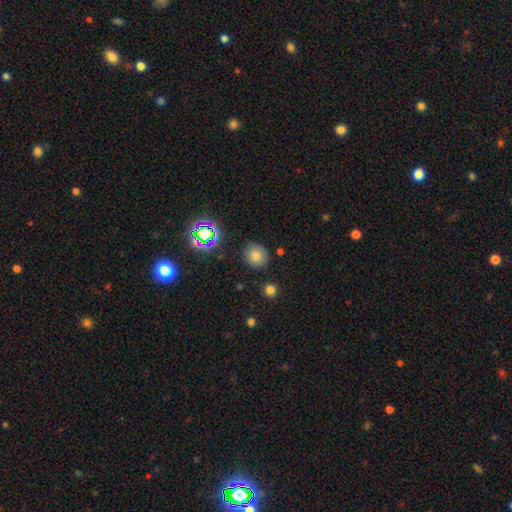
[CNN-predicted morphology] smooth-or-featured: smooth: 72% | star or artifact: 18% | featured or disk: 10%
  how-rounded: round: 84% | in between: 15% | cigar-shaped: 1%
  merging: none: 83% | minor disturbance: 11% | major disturbance: 3% | merger: 3%